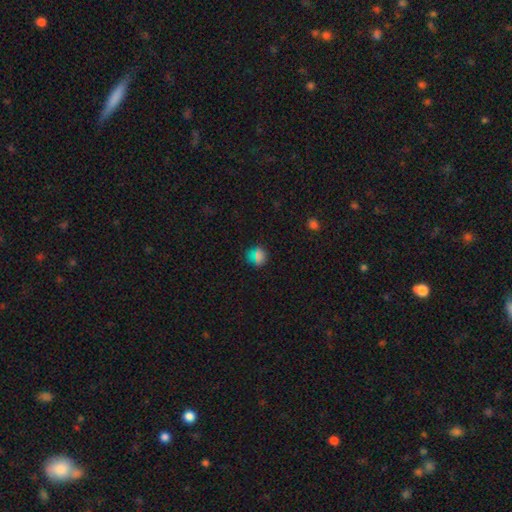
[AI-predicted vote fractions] This appears to be a smooth galaxy with no disk features (70%) that is round (87%). Merging: none (85%).